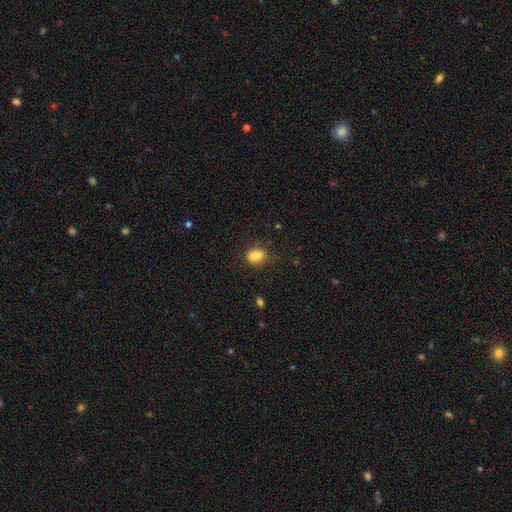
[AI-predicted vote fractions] This appears to be a smooth galaxy with no disk features (78%) that is in between round and cigar-shaped (62%). Merging: none (57%).